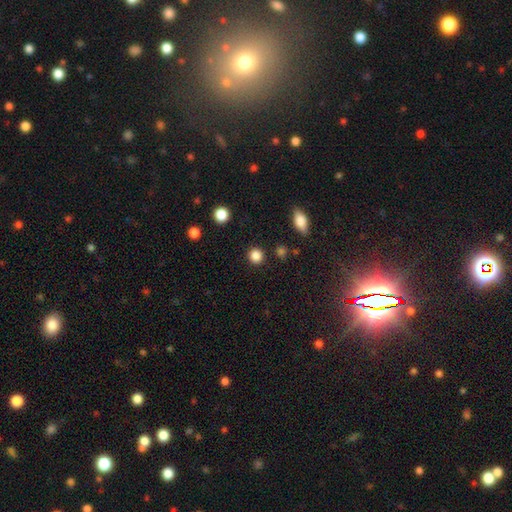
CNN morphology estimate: Smooth or featured? Predicted: smooth (p=0.86). How rounded? Predicted: round (p=0.91). Merging? Predicted: none (p=0.89).